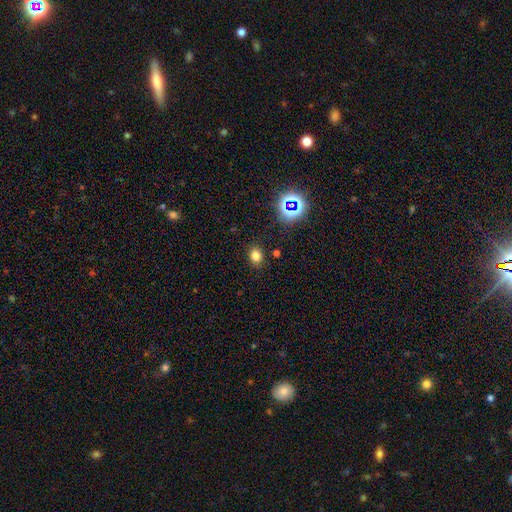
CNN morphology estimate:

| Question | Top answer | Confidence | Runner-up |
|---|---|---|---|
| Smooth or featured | smooth | 74% | star or artifact (19%) |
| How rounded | round | 55% | in between (44%) |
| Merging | none | 86% | minor disturbance (10%) |